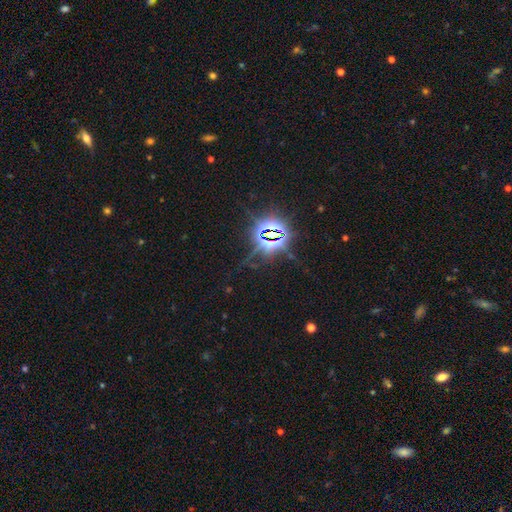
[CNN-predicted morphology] Smooth or featured? Predicted: star or artifact (p=0.85).